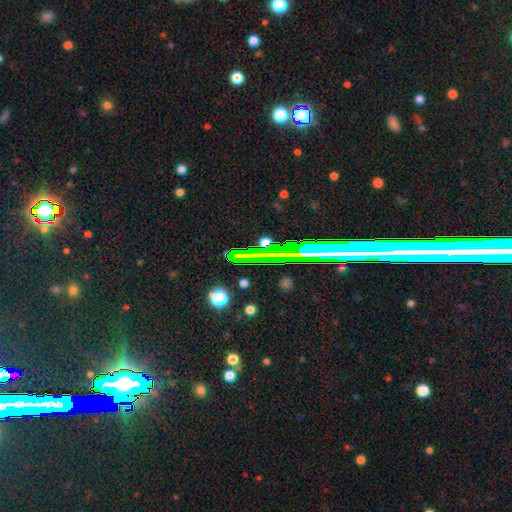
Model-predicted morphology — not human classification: This is likely a star or artifact rather than a galaxy (76%).